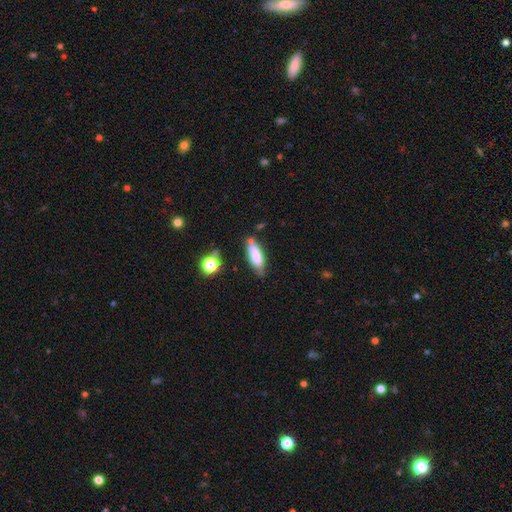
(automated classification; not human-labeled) Overall: smooth (76%). How rounded: in between (62%; cigar-shaped 36%). Merging: none (61%; minor disturbance 23%).